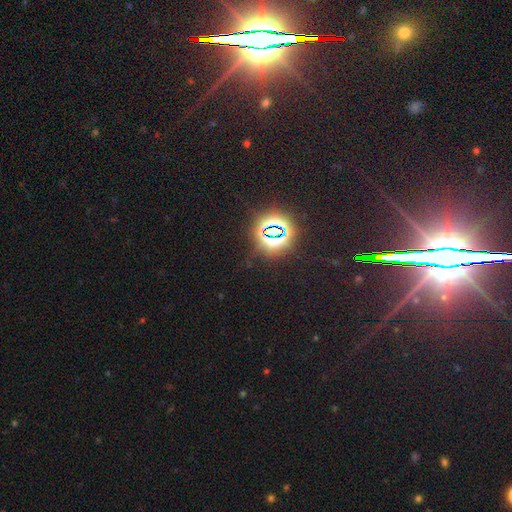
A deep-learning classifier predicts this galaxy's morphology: smooth_or_featured: star or artifact (p=0.79) [alt: featured or disk p=0.11]